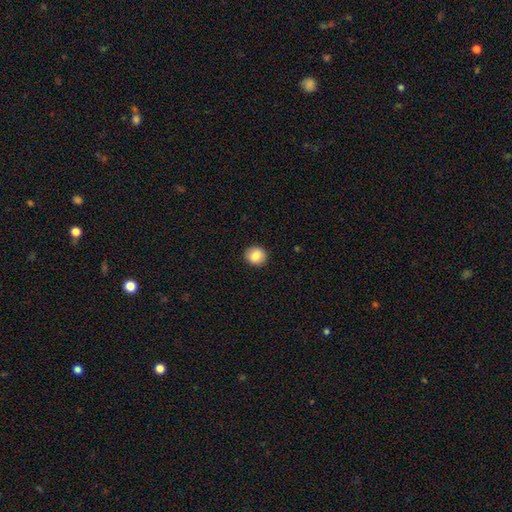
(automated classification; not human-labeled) smooth_or_featured: smooth (p=0.85) [alt: star or artifact p=0.08]
how_rounded: round (p=0.85) [alt: in between p=0.14]
merging: none (p=0.91) [alt: minor disturbance p=0.06]